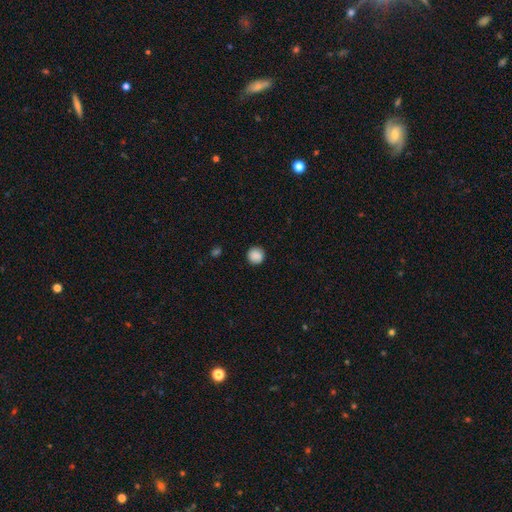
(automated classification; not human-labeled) This appears to be a smooth galaxy with no disk features (88%) that is round (94%). Merging: none (90%).